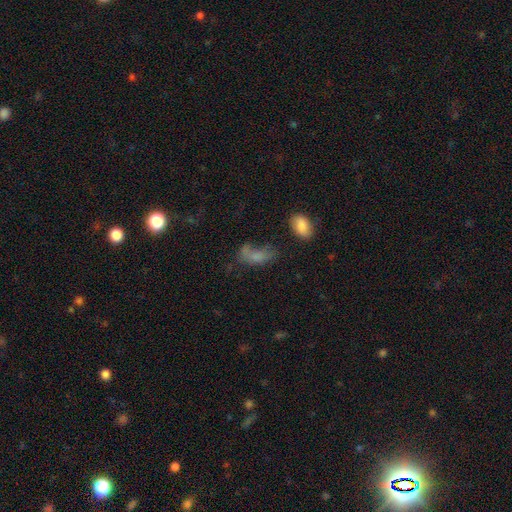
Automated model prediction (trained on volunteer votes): Morphology: type=smooth (68%); roundness=in between (82%); merging=none (34%).